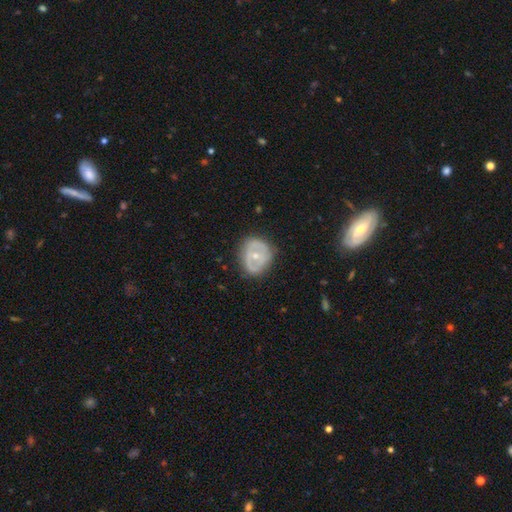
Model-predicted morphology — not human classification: smooth_or_featured: featured or disk (p=0.59) [alt: smooth p=0.34]
disk_edge_on: no (p=0.95) [alt: yes p=0.05]
bar: no (p=0.67) [alt: weak p=0.23]
has_spiral_arms: no (p=0.65) [alt: yes p=0.35]
bulge_size: small (p=0.49) [alt: moderate p=0.48]
merging: none (p=0.68) [alt: minor disturbance p=0.23]